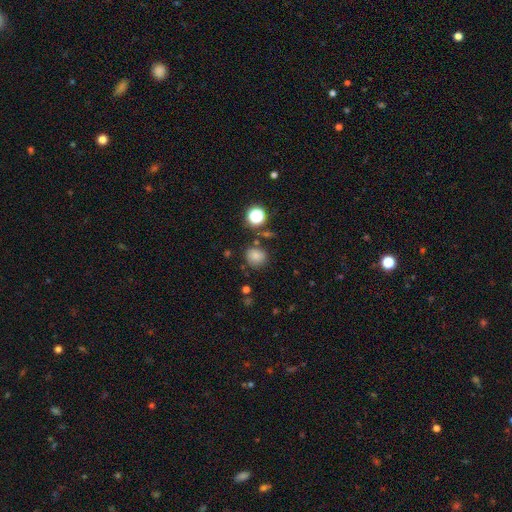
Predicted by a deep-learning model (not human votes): This is likely a smooth galaxy (79%). How rounded: likely round (79%). Merging: likely none (75%).